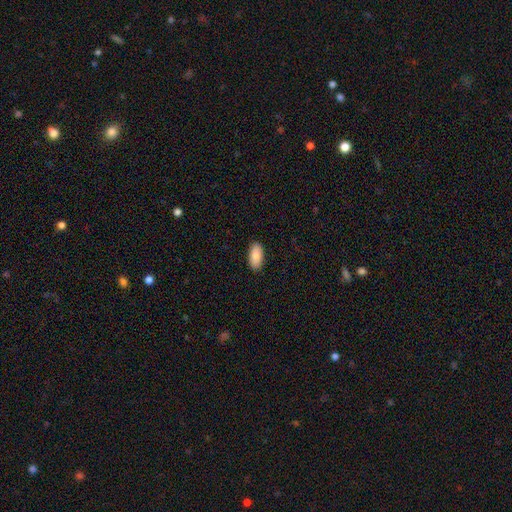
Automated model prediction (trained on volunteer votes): Overall: smooth (87%). How rounded: in between (92%). Merging: none (90%).